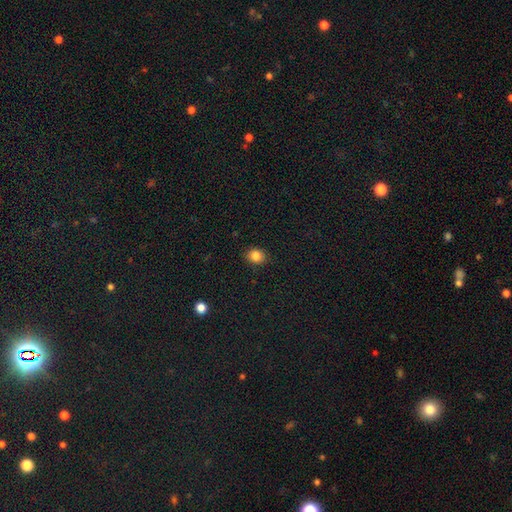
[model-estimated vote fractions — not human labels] A smooth galaxy with no disk features (84%) that is round (63%). Merging: none (88%).